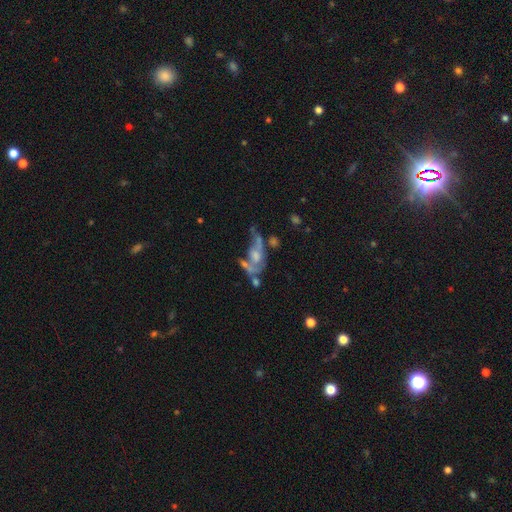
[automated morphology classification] Q: Smooth or featured?
A: featured or disk (66%); runner-up: smooth (20%)
Q: Edge-on disk?
A: no (91%); runner-up: yes (9%)
Q: Bar?
A: no (75%); runner-up: weak (19%)
Q: Spiral arms?
A: no (52%); runner-up: yes (48%)
Q: Bulge size?
A: moderate (38%); runner-up: small (28%)
Q: Merging?
A: major disturbance (33%); runner-up: merger (29%)